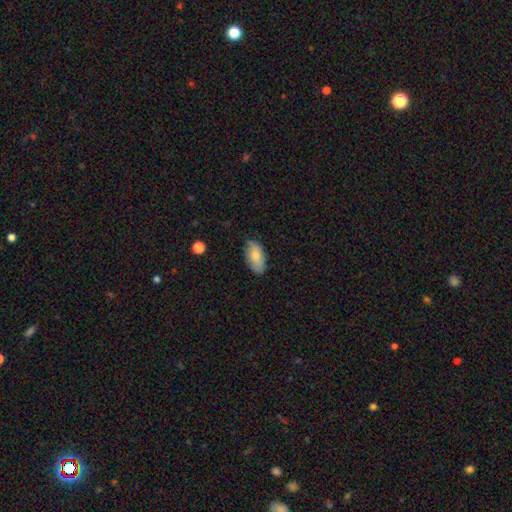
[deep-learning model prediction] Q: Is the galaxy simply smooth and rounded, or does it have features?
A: smooth — 77%.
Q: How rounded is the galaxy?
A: in between — 93%.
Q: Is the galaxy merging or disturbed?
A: none — 75%.